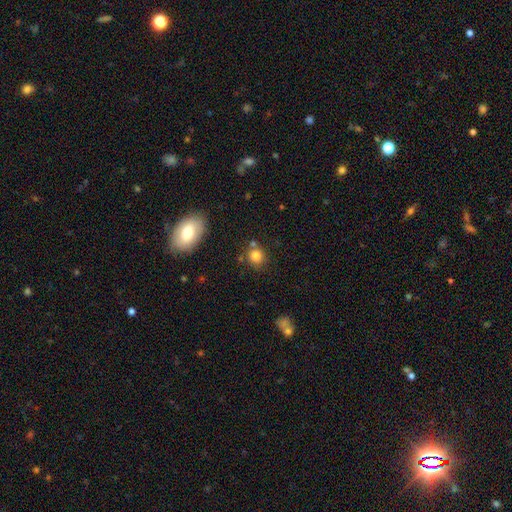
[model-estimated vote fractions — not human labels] Smooth or featured?
  - smooth: 82% *
  - star or artifact: 11%
  - featured or disk: 6%
How rounded?
  - round: 85% *
  - in between: 14%
  - cigar-shaped: 1%
Merging?
  - none: 72% *
  - merger: 12%
  - minor disturbance: 12%
  - major disturbance: 4%